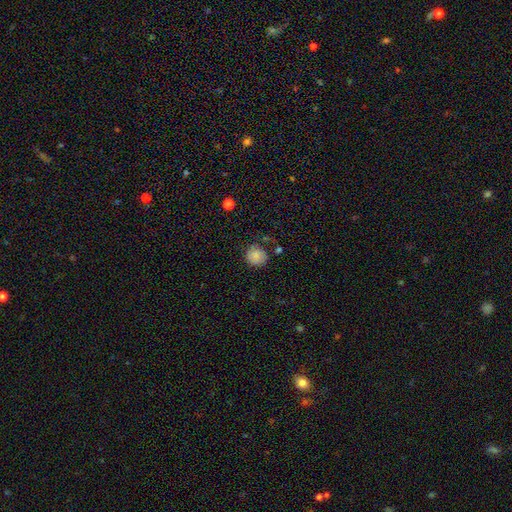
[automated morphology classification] Smooth or featured? Predicted: smooth (p=0.84). How rounded? Predicted: round (p=0.89). Merging? Predicted: none (p=0.69).